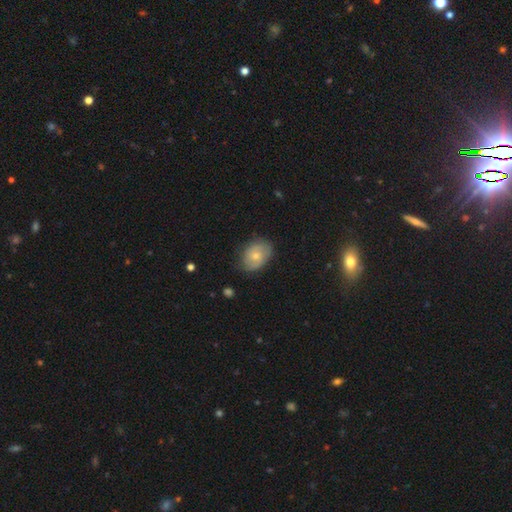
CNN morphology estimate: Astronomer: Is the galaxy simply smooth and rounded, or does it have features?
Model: smooth — 53% (runner-up: featured or disk, 40%).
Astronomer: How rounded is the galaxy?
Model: in between — 68%.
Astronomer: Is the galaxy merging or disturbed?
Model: none — 74%.